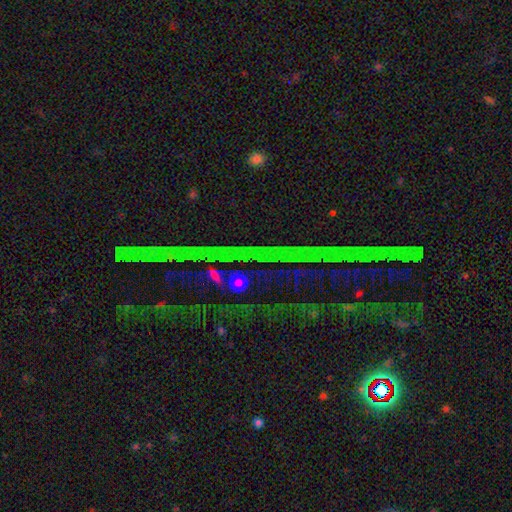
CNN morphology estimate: Smooth or featured? star or artifact (62%)